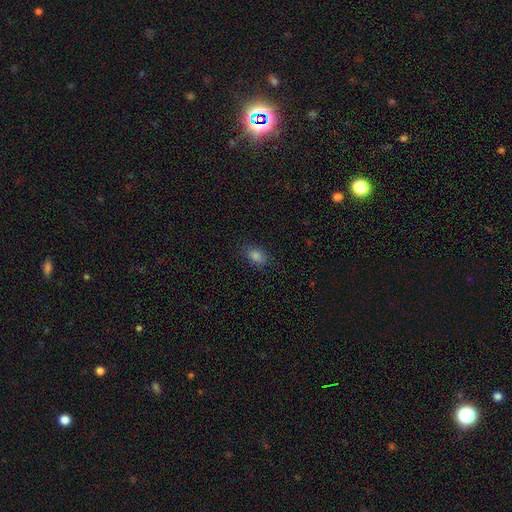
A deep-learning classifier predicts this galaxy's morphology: Overall: smooth (83%). How rounded: in between (79%). Merging: none (84%).